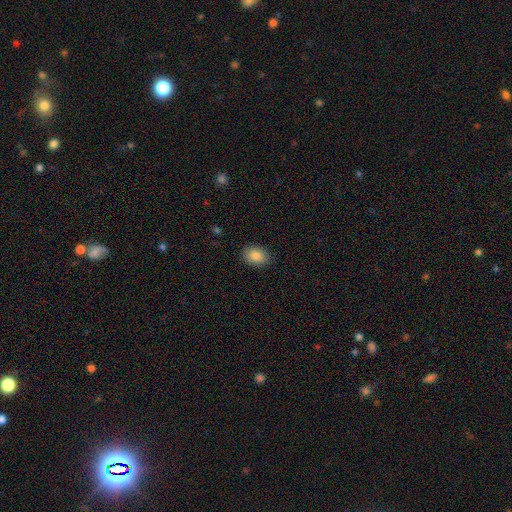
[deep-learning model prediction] smooth-or-featured: smooth: 87% | star or artifact: 8% | featured or disk: 5%
  how-rounded: in between: 71% | round: 28% | cigar-shaped: 1%
  merging: none: 88% | minor disturbance: 9% | major disturbance: 2% | merger: 1%